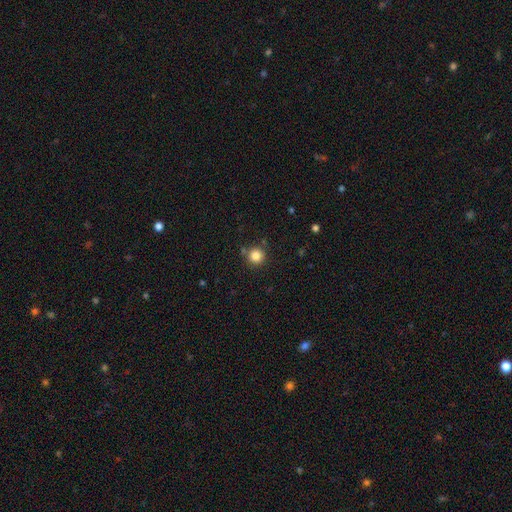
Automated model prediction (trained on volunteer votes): Smooth or featured: smooth — 84% (star or artifact — 12%)
How rounded: round — 94% (in between — 5%)
Merging: none — 83% (minor disturbance — 9%)